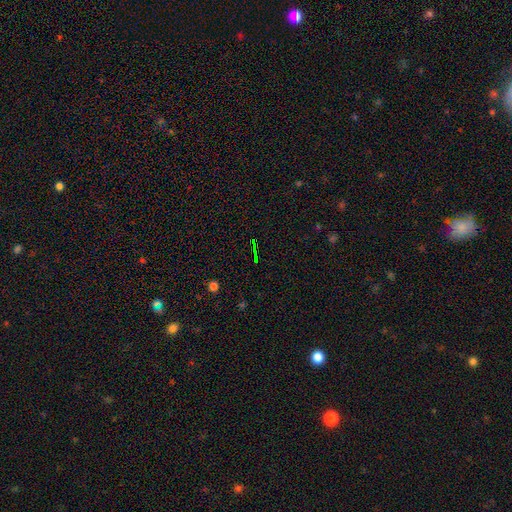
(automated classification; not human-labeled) Q: Smooth or featured?
A: star or artifact (73%); runner-up: smooth (15%)